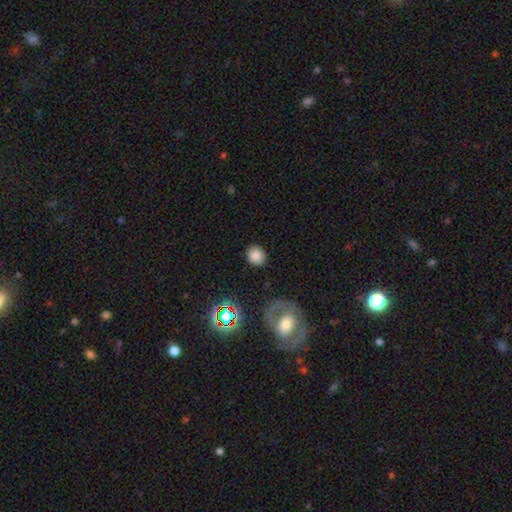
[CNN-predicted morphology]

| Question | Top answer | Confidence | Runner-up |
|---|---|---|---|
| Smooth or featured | smooth | 81% | star or artifact (12%) |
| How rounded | round | 81% | in between (18%) |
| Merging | none | 87% | minor disturbance (9%) |